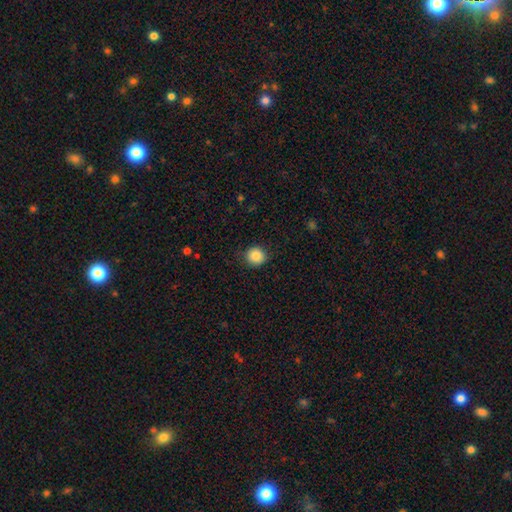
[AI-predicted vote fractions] Q: Smooth or featured?
A: smooth (86%); runner-up: star or artifact (10%)
Q: How rounded?
A: round (89%); runner-up: in between (10%)
Q: Merging?
A: none (85%); runner-up: minor disturbance (11%)